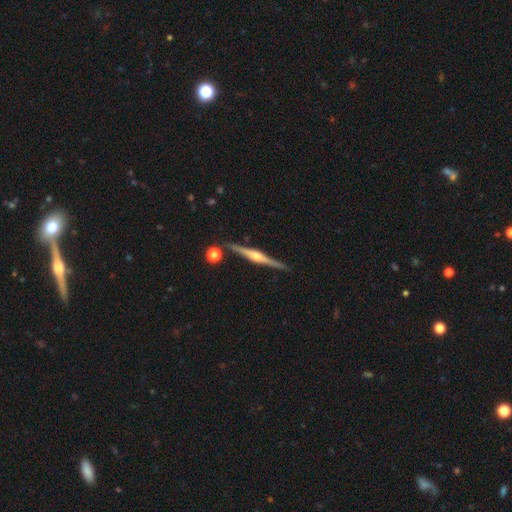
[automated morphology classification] smooth_or_featured: featured or disk (p=0.83) [alt: smooth p=0.11]
disk_edge_on: yes (p=0.98) [alt: no p=0.02]
edge_on_bulge: rounded (p=0.86) [alt: boxy p=0.10]
merging: none (p=0.88) [alt: minor disturbance p=0.07]